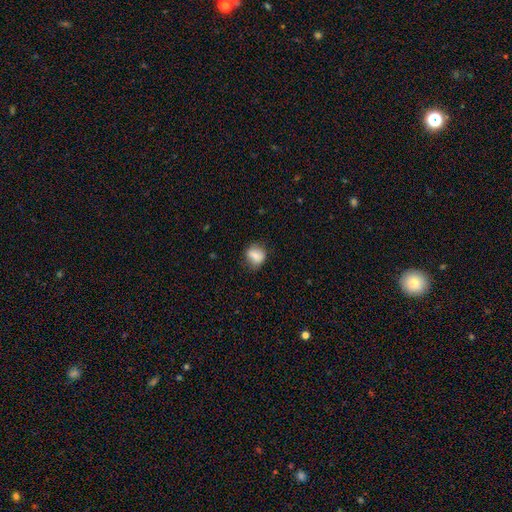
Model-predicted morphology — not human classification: This is likely a smooth galaxy (77%). How rounded: likely round (66%). Merging: likely none (75%).